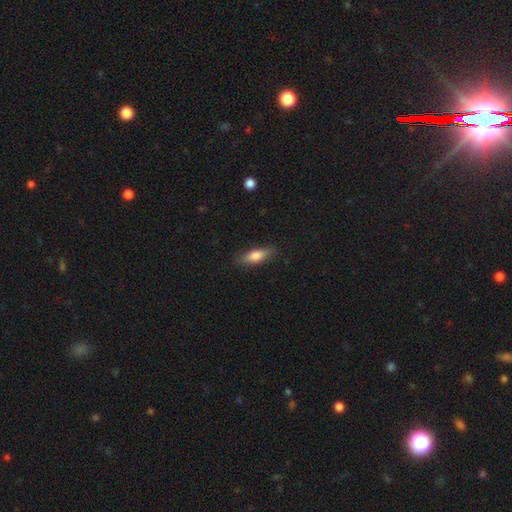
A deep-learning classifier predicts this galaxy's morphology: A smooth galaxy with no disk features (74%) that is in between round and cigar-shaped (56%).

Vote fractions:
- Smooth or featured? smooth: 74% / featured or disk: 19% / star or artifact: 7%
- How rounded? in between: 56% / cigar-shaped: 41% / round: 3%
- Merging? none: 83% / minor disturbance: 13% / major disturbance: 3% / merger: 1%